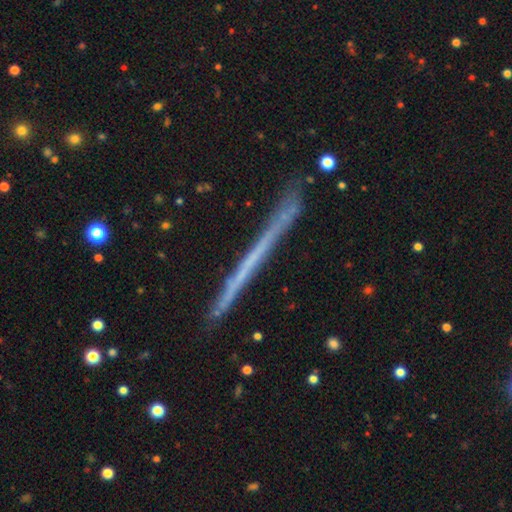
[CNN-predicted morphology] Overall: featured or disk (55%; smooth 37%). Edge-on disk: yes (97%). Edge-on bulge: none (95%). Merging: none (89%).